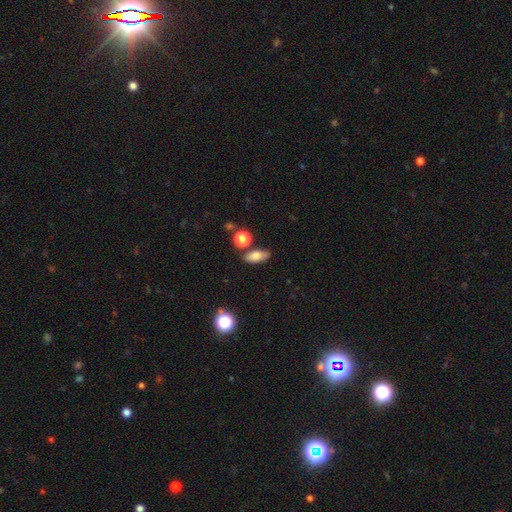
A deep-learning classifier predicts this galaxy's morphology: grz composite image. It shows a smooth galaxy with no disk features (77%) that is in between round and cigar-shaped (78%). Merging: none (77%).